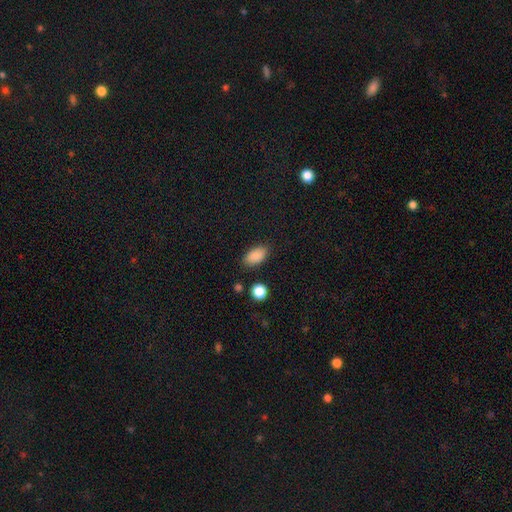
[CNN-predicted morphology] smooth-or-featured: smooth: 88% | star or artifact: 8% | featured or disk: 4%
  how-rounded: in between: 91% | round: 6% | cigar-shaped: 3%
  merging: none: 84% | minor disturbance: 11% | major disturbance: 3% | merger: 2%